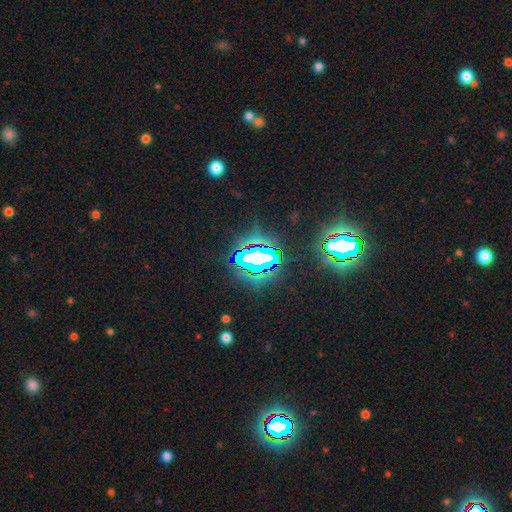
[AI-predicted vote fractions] Overall: star or artifact (72%).